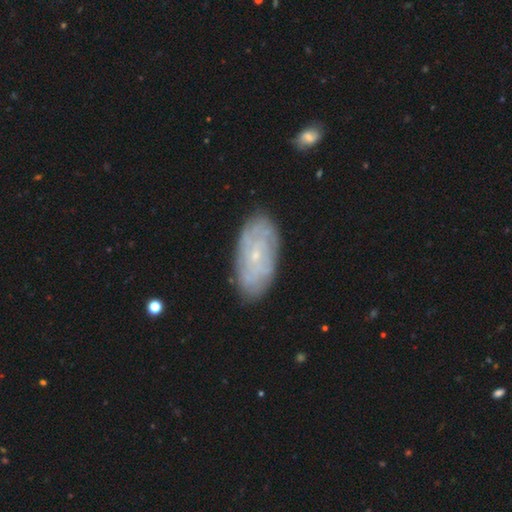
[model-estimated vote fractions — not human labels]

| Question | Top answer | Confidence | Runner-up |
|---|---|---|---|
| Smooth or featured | featured or disk | 65% | smooth (28%) |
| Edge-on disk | no | 92% | yes (8%) |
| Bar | no | 74% | weak (21%) |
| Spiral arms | yes | 76% | no (24%) |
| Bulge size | small | 83% | moderate (12%) |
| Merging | none | 82% | minor disturbance (13%) |